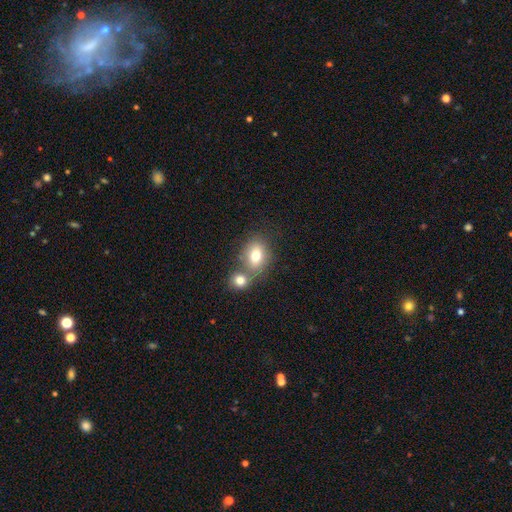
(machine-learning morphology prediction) smooth_or_featured: smooth (p=0.76) [alt: featured or disk p=0.14]
how_rounded: in between (p=0.53) [alt: round p=0.45]
merging: merger (p=0.46) [alt: none p=0.41]